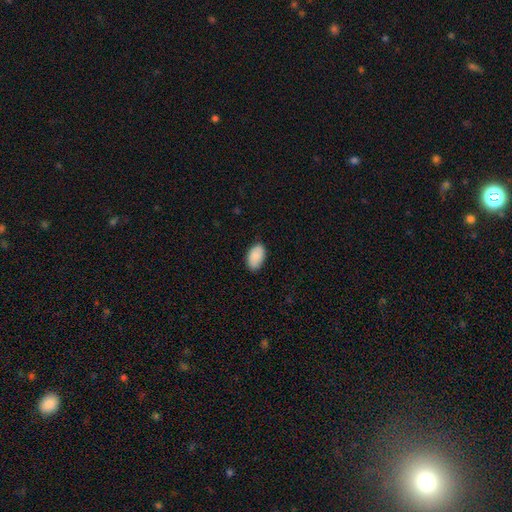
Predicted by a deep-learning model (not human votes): This appears to be a smooth galaxy with no disk features (89%) that is in between round and cigar-shaped (94%). Merging: none (84%).